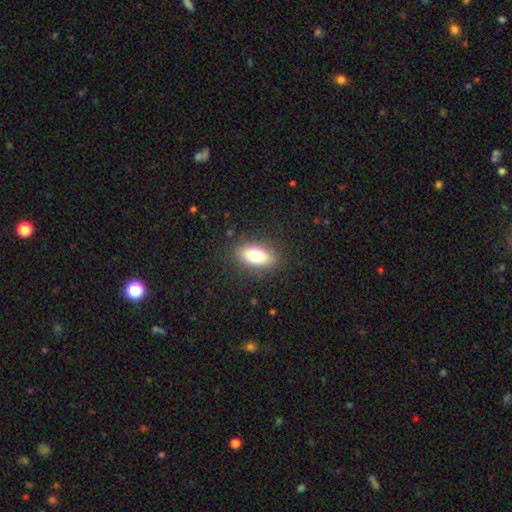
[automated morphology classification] smooth-or-featured: smooth: 75% | featured or disk: 17% | star or artifact: 8%
  how-rounded: in between: 82% | cigar-shaped: 13% | round: 5%
  merging: none: 86% | minor disturbance: 9% | major disturbance: 3% | merger: 1%